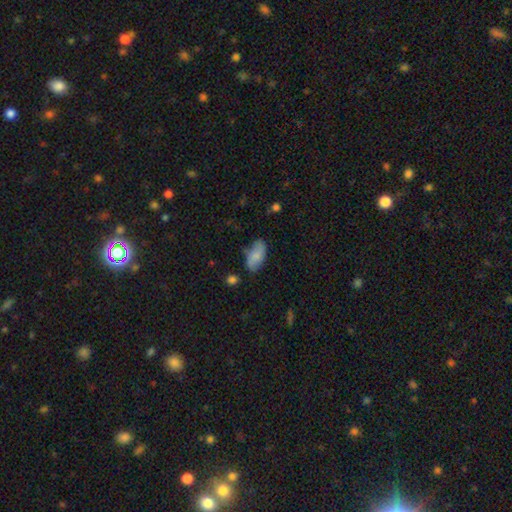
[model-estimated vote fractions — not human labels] smooth 72%, featured or disk 20%, star or artifact 7%. Down the decision tree: how rounded — in between (93%); merging — none (68%).